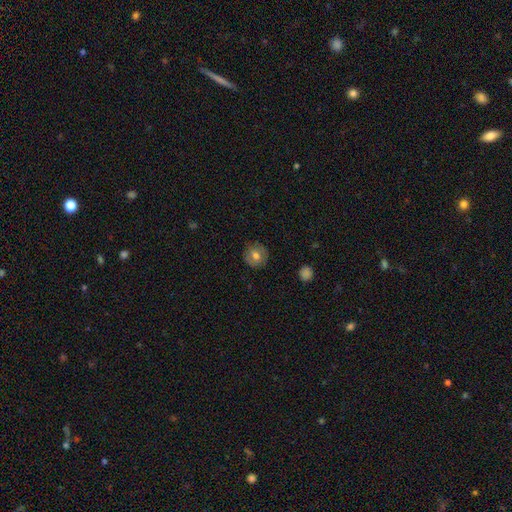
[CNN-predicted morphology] Smooth or featured? Predicted: smooth (p=0.70). How rounded? Predicted: round (p=0.88). Merging? Predicted: none (p=0.85).